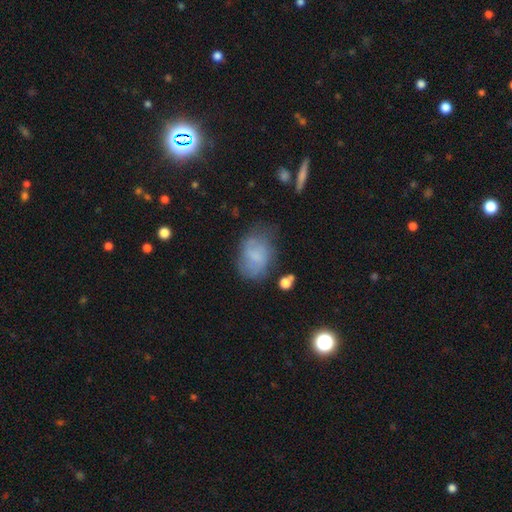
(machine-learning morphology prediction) Overall: smooth (62%; featured or disk 28%). How rounded: in between (77%). Merging: none (56%; minor disturbance 28%).